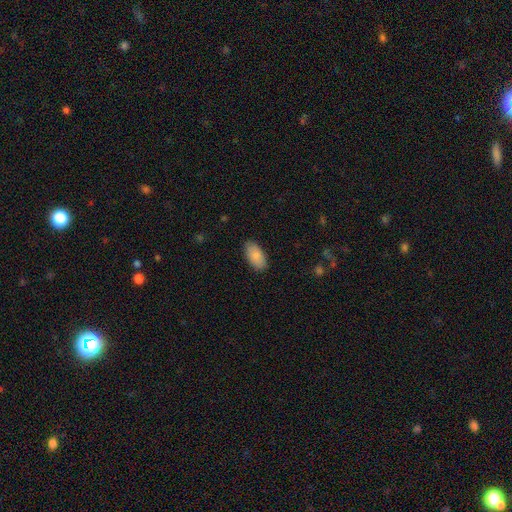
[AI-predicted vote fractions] smooth_or_featured: smooth (p=0.86) [alt: featured or disk p=0.08]
how_rounded: in between (p=0.94) [alt: cigar-shaped p=0.03]
merging: none (p=0.86) [alt: minor disturbance p=0.11]